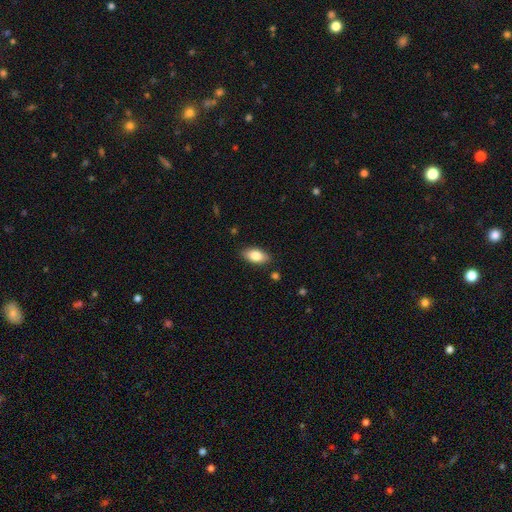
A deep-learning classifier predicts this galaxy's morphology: A smooth galaxy with no disk features (83%) that is in between round and cigar-shaped (92%).

Vote fractions:
- Smooth or featured? smooth: 83% / featured or disk: 10% / star or artifact: 7%
- How rounded? in between: 92% / cigar-shaped: 4% / round: 4%
- Merging? none: 86% / minor disturbance: 10% / major disturbance: 2% / merger: 1%